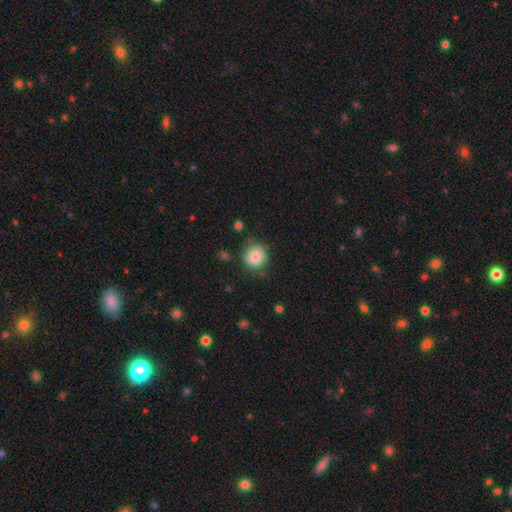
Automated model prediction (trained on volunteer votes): Smooth or featured? Predicted: smooth (p=0.82). How rounded? Predicted: round (p=0.89). Merging? Predicted: none (p=0.75).